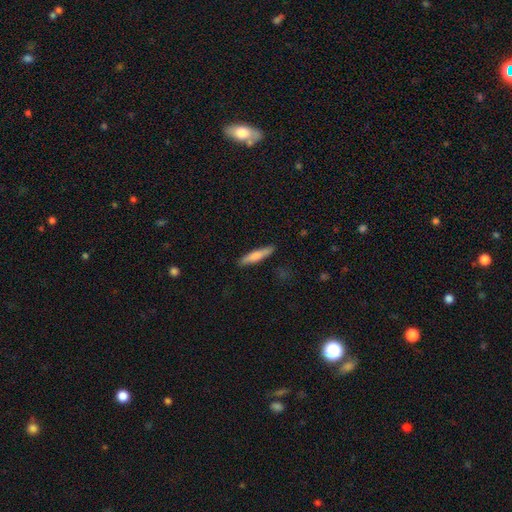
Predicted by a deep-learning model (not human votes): The model was most divided on "smooth or featured": smooth: 75%, featured or disk: 19%, star or artifact: 6%. More confident: merging — none (87%); how rounded — cigar-shaped (87%).